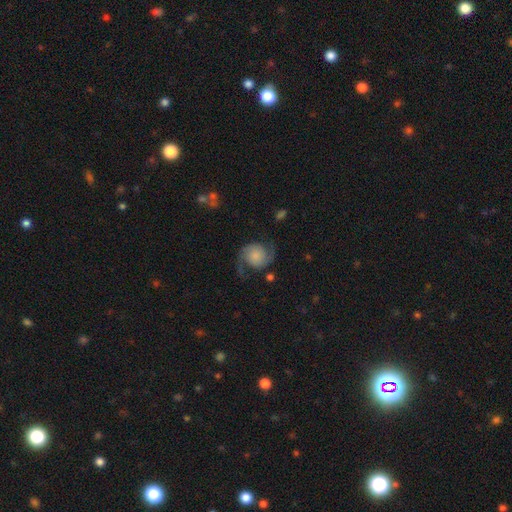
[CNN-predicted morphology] type=featured or disk (79%); edge-on=no (98%); bar=no (76%); spiral arms=yes (97%); winding=medium (43%); arm count=2 (94%); bulge=none (32%); merging=none (73%).